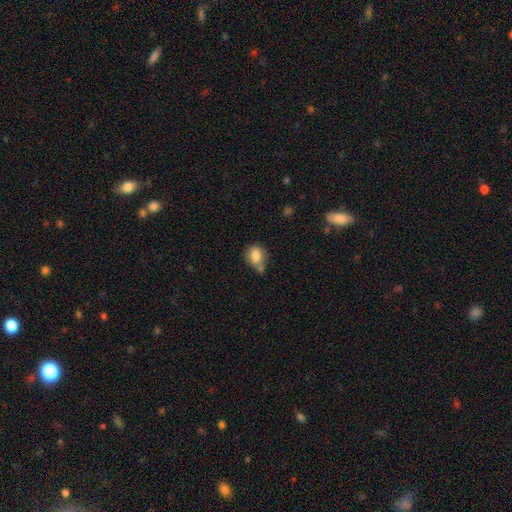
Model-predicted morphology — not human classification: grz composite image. It shows a smooth galaxy with no disk features (81%) that is in between round and cigar-shaped (51%). Merging: none (43%).